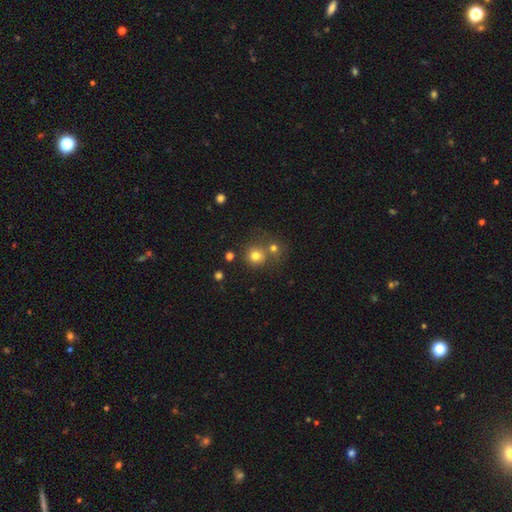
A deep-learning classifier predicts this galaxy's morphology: This is likely a smooth galaxy (76%). How rounded: clearly round (90%). Merging: possibly none (59%).